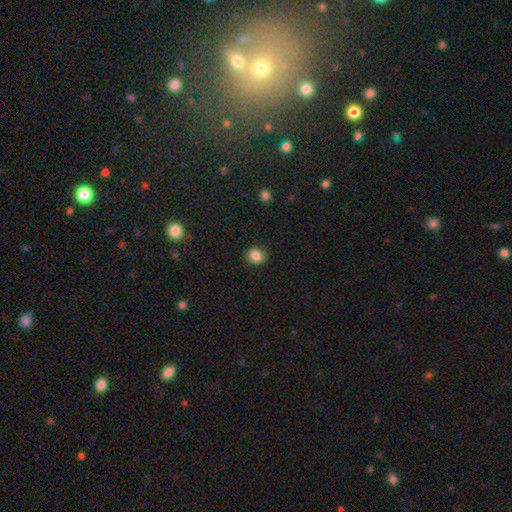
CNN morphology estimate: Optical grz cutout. It shows a smooth galaxy with no disk features (85%) that is round (76%). Merging: none (87%).